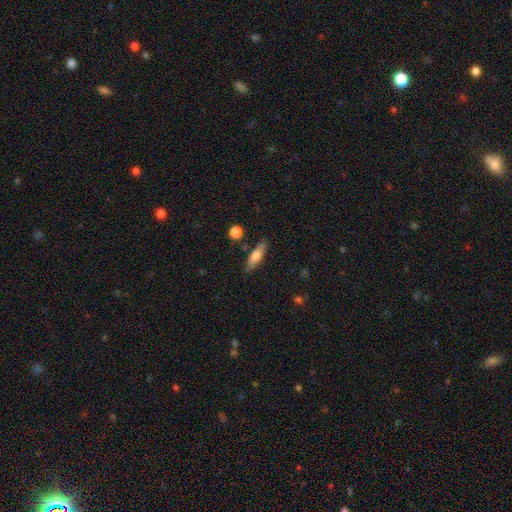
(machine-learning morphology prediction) Smooth or featured? smooth (64%)
How rounded? cigar-shaped (57%)
Merging? none (83%)